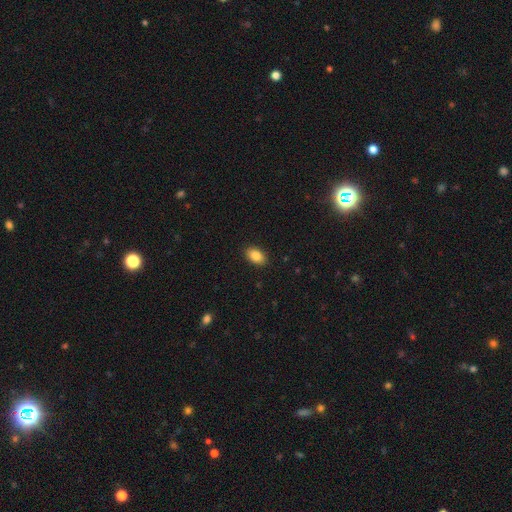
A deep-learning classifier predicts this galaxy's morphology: Smooth or featured?
  - smooth: 87% *
  - star or artifact: 8%
  - featured or disk: 5%
How rounded?
  - in between: 90% *
  - round: 9%
  - cigar-shaped: 1%
Merging?
  - none: 90% *
  - minor disturbance: 7%
  - major disturbance: 2%
  - merger: 1%